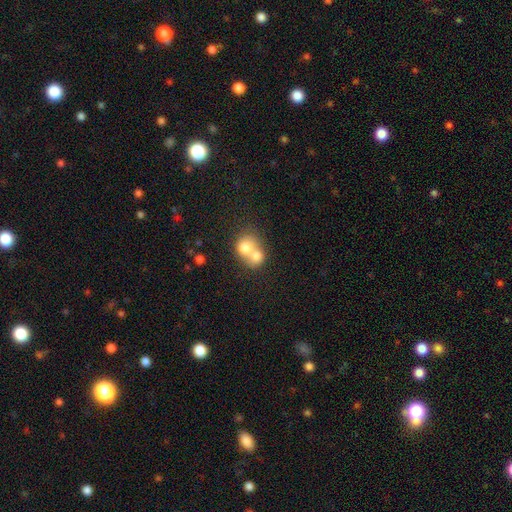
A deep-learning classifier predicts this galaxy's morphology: Overall: smooth (72%). How rounded: round (69%; in between 30%). Merging: merger (74%).